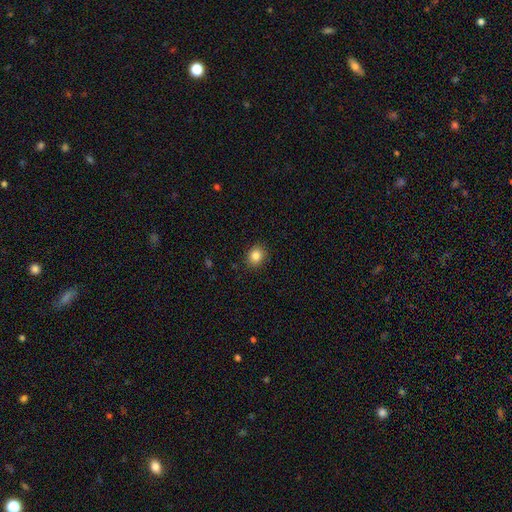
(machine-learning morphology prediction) The model was most divided on "how rounded": round: 68%, in between: 32%, cigar-shaped: 1%. More confident: merging — none (89%); smooth or featured — smooth (85%).